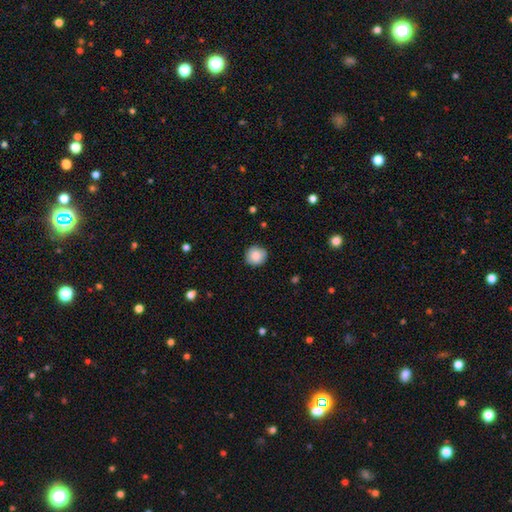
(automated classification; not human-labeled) Smooth or featured: smooth — 87% (star or artifact — 8%)
How rounded: round — 91% (in between — 8%)
Merging: none — 87% (minor disturbance — 10%)